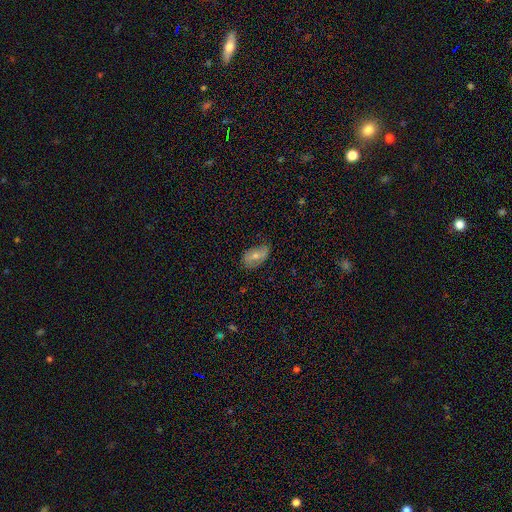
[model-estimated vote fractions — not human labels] Smooth or featured: smooth — 61% (featured or disk — 32%)
How rounded: in between — 91% (round — 7%)
Merging: none — 60% (minor disturbance — 31%)